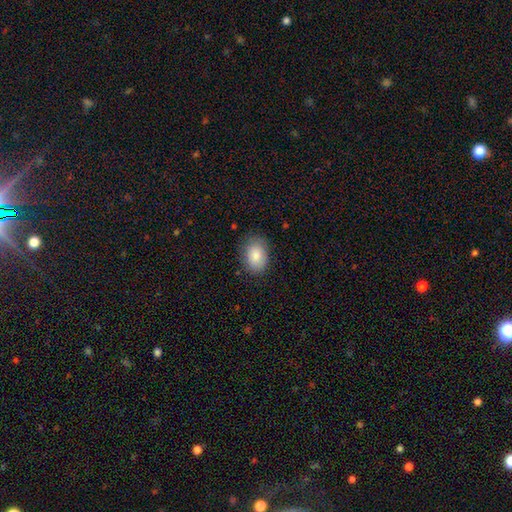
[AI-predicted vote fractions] A smooth galaxy with no disk features (87%) that is in between round and cigar-shaped (80%). Merging: none (81%).